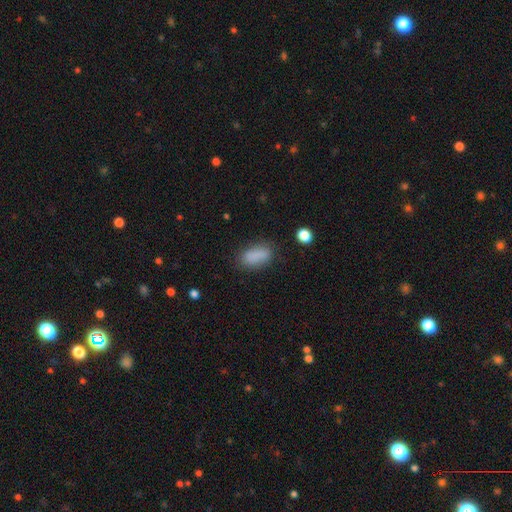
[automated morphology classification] Overall: smooth (84%). How rounded: in between (85%). Merging: none (73%).